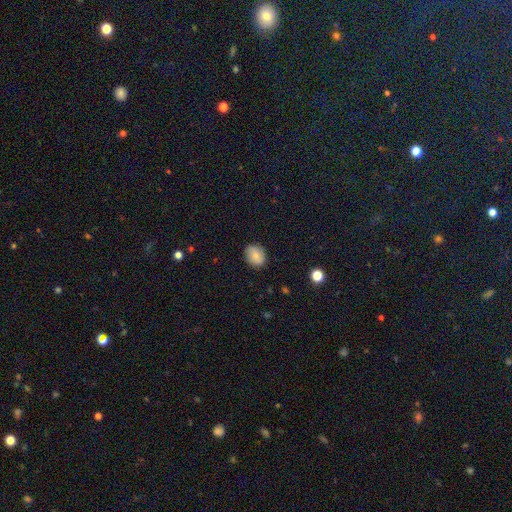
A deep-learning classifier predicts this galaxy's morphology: This is likely a smooth galaxy (78%). How rounded: possibly round (54%). Merging: clearly none (84%).